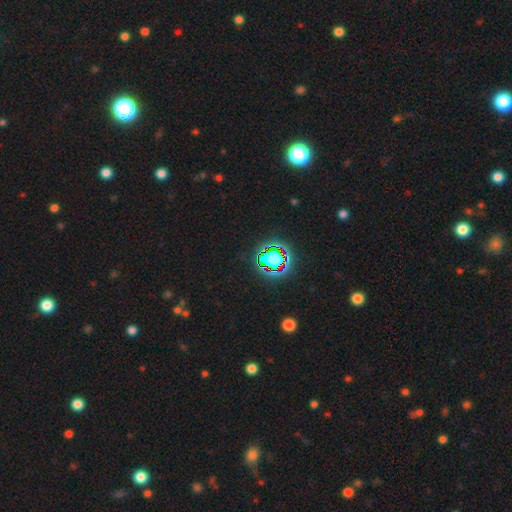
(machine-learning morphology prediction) smooth_or_featured: star or artifact (p=0.81) [alt: smooth p=0.12]